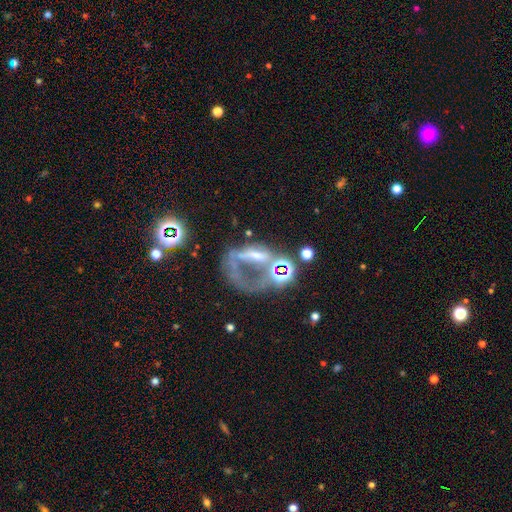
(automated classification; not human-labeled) featured or disk 52%, smooth 25%, star or artifact 23%. Down the decision tree: edge-on disk — no (90%); merging — major disturbance (44%).